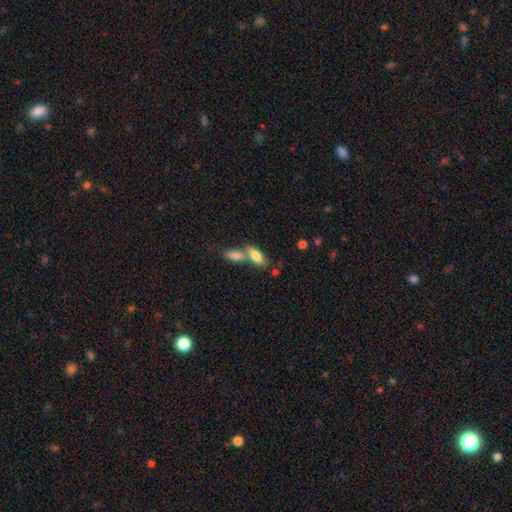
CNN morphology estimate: This appears to be a smooth galaxy with no disk features (80%) that is in between round and cigar-shaped (80%). Merging: merger (53%).